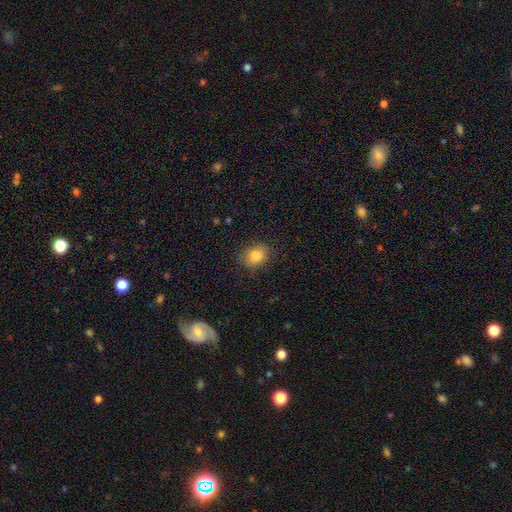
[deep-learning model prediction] smooth 83%, star or artifact 10%, featured or disk 7%. Down the decision tree: how rounded — in between (51%); merging — none (83%).